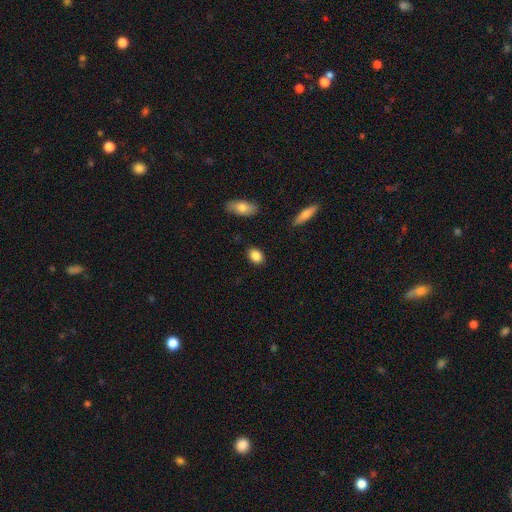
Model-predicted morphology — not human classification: Smooth or featured?
  - smooth: 86% *
  - star or artifact: 8%
  - featured or disk: 6%
How rounded?
  - in between: 71% *
  - round: 27%
  - cigar-shaped: 2%
Merging?
  - none: 87% *
  - minor disturbance: 9%
  - major disturbance: 2%
  - merger: 2%